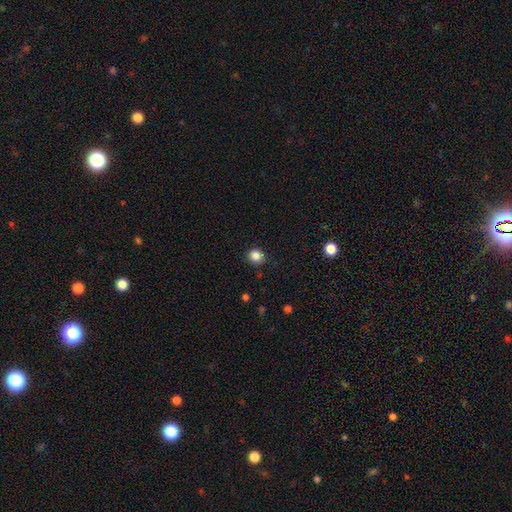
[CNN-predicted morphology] Smooth or featured? Predicted: smooth (p=0.85). How rounded? Predicted: round (p=0.83). Merging? Predicted: none (p=0.87).